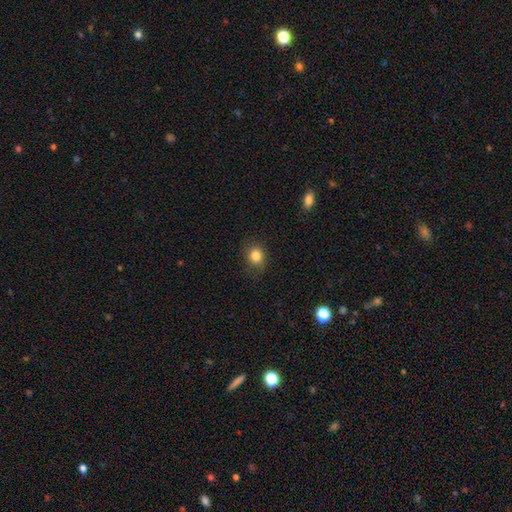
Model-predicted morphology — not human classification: smooth-or-featured: smooth: 84% | star or artifact: 11% | featured or disk: 6%
  how-rounded: round: 61% | in between: 38% | cigar-shaped: 1%
  merging: none: 81% | minor disturbance: 14% | major disturbance: 4% | merger: 1%